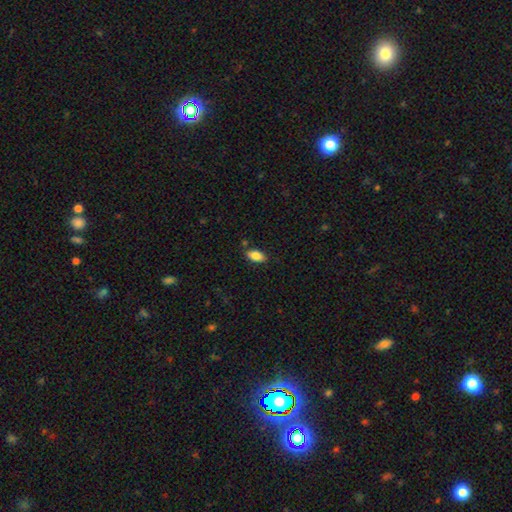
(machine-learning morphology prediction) smooth-or-featured: smooth: 84% | featured or disk: 9% | star or artifact: 7%
  how-rounded: in between: 91% | cigar-shaped: 6% | round: 3%
  merging: none: 83% | minor disturbance: 11% | merger: 3% | major disturbance: 2%